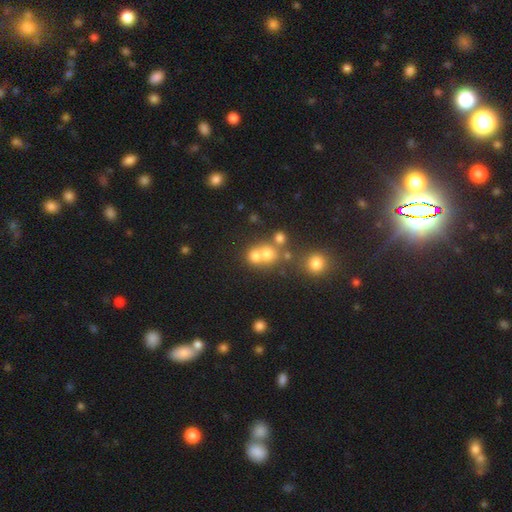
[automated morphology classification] A smooth galaxy with no disk features (68%) that is round (79%). Merging: merger (52%).